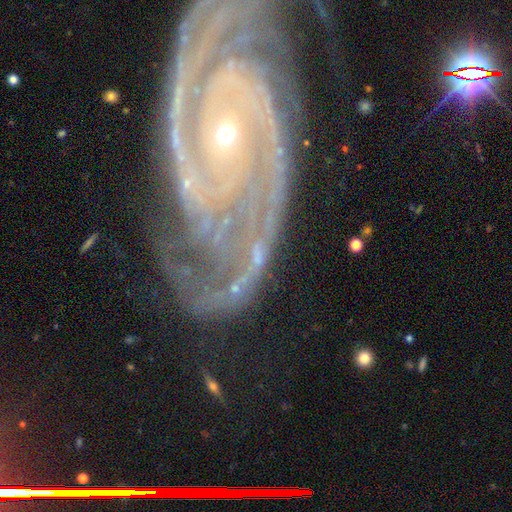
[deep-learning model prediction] Q: Smooth or featured?
A: featured or disk (84%); runner-up: star or artifact (9%)
Q: Edge-on disk?
A: no (95%); runner-up: yes (5%)
Q: Bar?
A: no (70%); runner-up: weak (17%)
Q: Spiral arms?
A: yes (93%); runner-up: no (7%)
Q: Spiral winding?
A: tight (61%); runner-up: medium (29%)
Q: Spiral arm count?
A: 2 (36%); runner-up: can't tell (21%)
Q: Bulge size?
A: small (60%); runner-up: moderate (34%)
Q: Merging?
A: none (62%); runner-up: minor disturbance (19%)